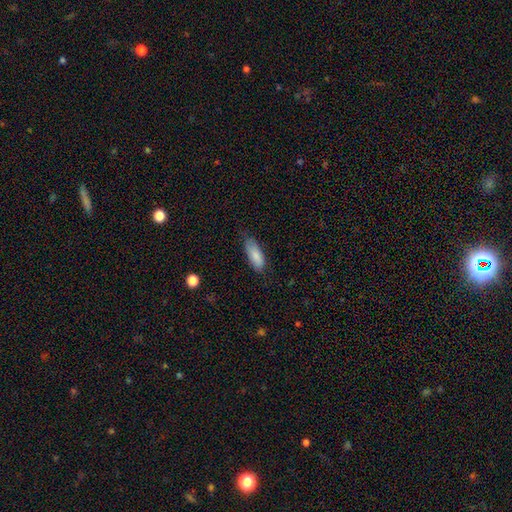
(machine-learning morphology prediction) smooth-or-featured: smooth: 85% | featured or disk: 8% | star or artifact: 6%
  how-rounded: in between: 75% | cigar-shaped: 24% | round: 2%
  merging: none: 68% | minor disturbance: 26% | major disturbance: 5% | merger: 1%